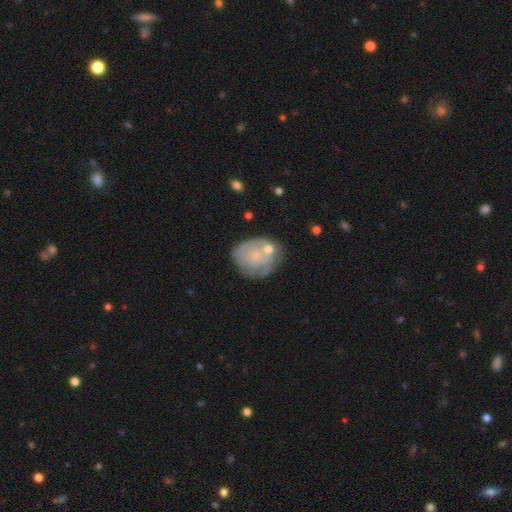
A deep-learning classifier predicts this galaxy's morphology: The model was most divided on "spiral arms": no: 55%, yes: 45%. More confident: edge-on disk — no (97%); bar — no (87%); bulge size — small (70%); smooth or featured — featured or disk (52%); merging — none (51%).